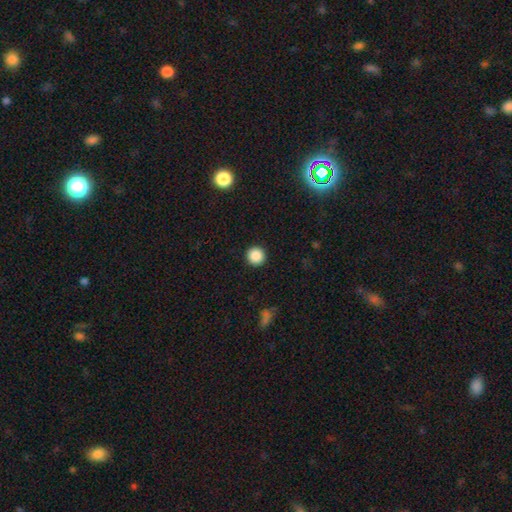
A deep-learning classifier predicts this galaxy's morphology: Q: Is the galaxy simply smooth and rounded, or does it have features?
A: smooth — 88%.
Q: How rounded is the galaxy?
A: round — 96%.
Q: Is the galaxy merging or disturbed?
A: none — 93%.